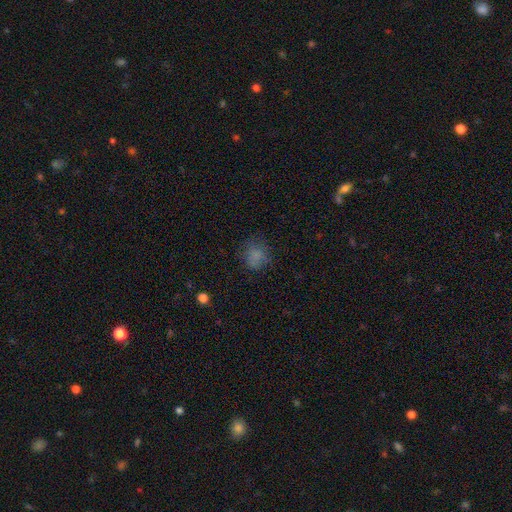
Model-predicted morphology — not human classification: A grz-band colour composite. It shows a smooth galaxy with no disk features (78%) that is round (79%). Merging: none (71%).